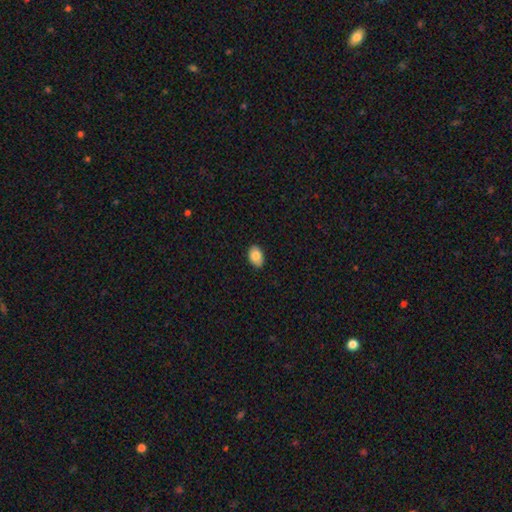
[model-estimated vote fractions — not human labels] Smooth or featured?
  - smooth: 85% *
  - featured or disk: 8%
  - star or artifact: 7%
How rounded?
  - in between: 88% *
  - round: 11%
  - cigar-shaped: 1%
Merging?
  - none: 88% *
  - minor disturbance: 9%
  - major disturbance: 2%
  - merger: 1%